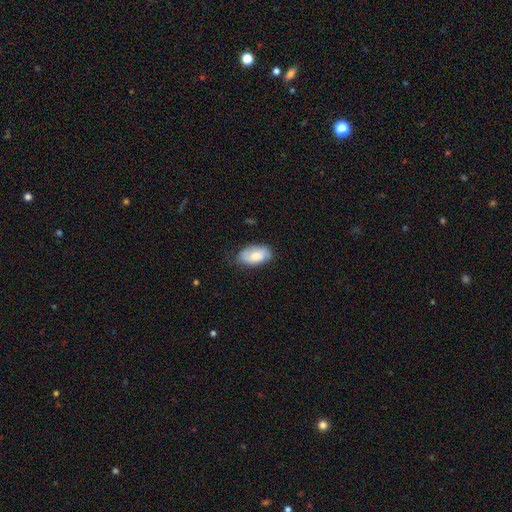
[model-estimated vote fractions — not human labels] Smooth or featured?
  - smooth: 71% *
  - featured or disk: 22%
  - star or artifact: 6%
How rounded?
  - in between: 94% *
  - round: 4%
  - cigar-shaped: 2%
Merging?
  - none: 65% *
  - minor disturbance: 27%
  - major disturbance: 6%
  - merger: 1%